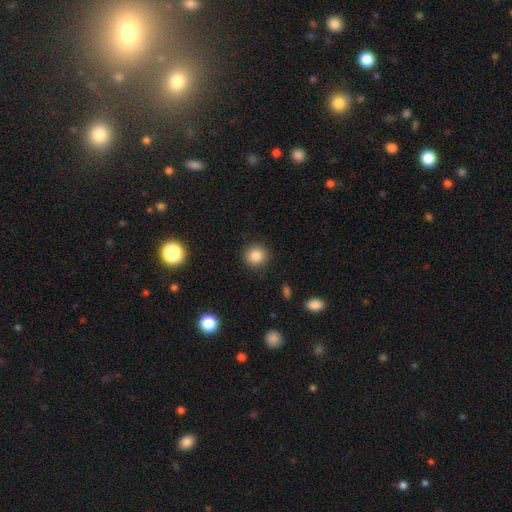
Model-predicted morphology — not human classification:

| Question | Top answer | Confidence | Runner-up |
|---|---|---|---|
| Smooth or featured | smooth | 85% | star or artifact (10%) |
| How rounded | round | 92% | in between (7%) |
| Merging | none | 90% | minor disturbance (6%) |